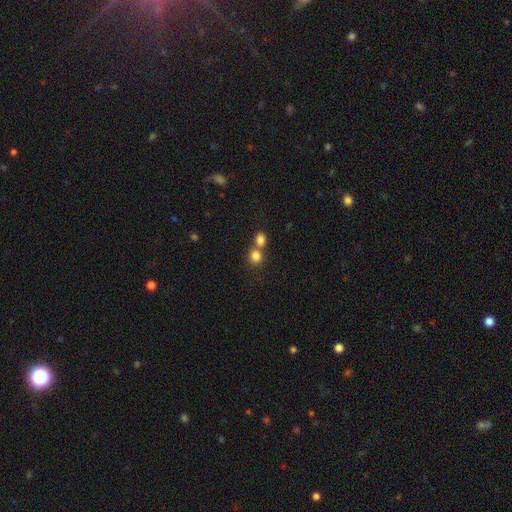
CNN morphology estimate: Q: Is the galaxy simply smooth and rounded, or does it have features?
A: smooth — 82%.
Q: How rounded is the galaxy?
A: round — 78%.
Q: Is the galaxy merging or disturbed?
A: merger — 49%.